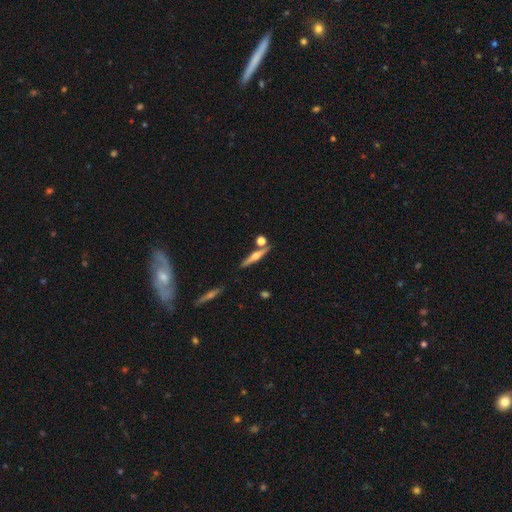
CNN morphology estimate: A featured or disk galaxy (64%) viewed edge-on (96%) with a rounded central bulge (91%).

Vote fractions:
- Smooth or featured? featured or disk: 64% / smooth: 29% / star or artifact: 7%
- Edge-on disk? yes: 96% / no: 4%
- Edge-on bulge? rounded: 91% / boxy: 5% / none: 4%
- Merging? none: 79% / merger: 10% / minor disturbance: 8% / major disturbance: 2%